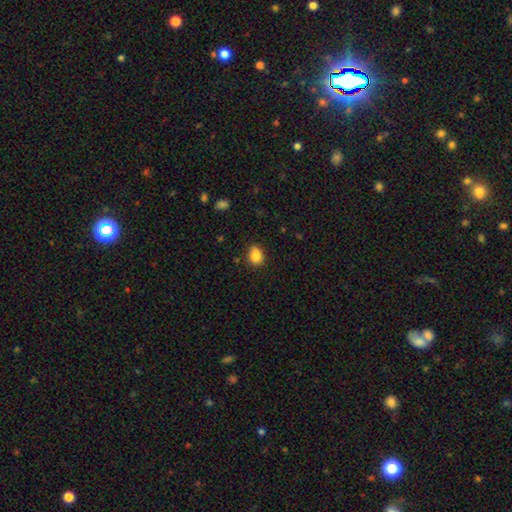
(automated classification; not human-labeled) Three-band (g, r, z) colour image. It shows a smooth galaxy with no disk features (84%) that is in between round and cigar-shaped (60%). Merging: none (71%).